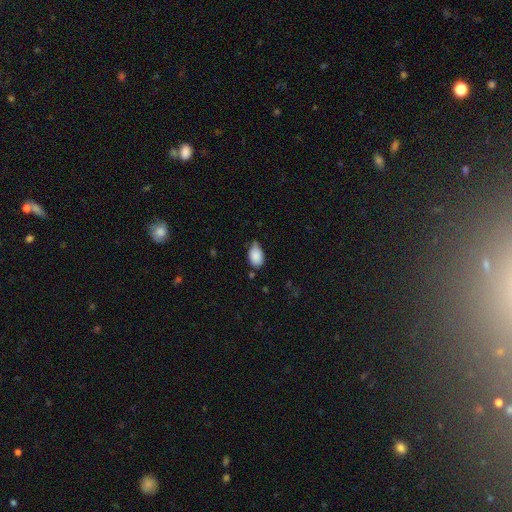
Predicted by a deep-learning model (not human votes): Smooth or featured?
  - smooth: 86% *
  - star or artifact: 7%
  - featured or disk: 6%
How rounded?
  - in between: 88% *
  - round: 11%
  - cigar-shaped: 1%
Merging?
  - none: 50% *
  - minor disturbance: 40%
  - major disturbance: 7%
  - merger: 4%